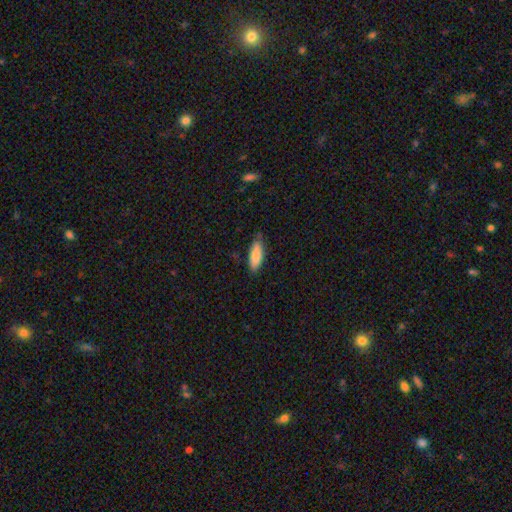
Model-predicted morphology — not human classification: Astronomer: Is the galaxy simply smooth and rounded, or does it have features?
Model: smooth — 83%.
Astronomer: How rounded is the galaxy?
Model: in between — 61% (runner-up: cigar-shaped, 38%).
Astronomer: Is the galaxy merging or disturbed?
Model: none — 76%.